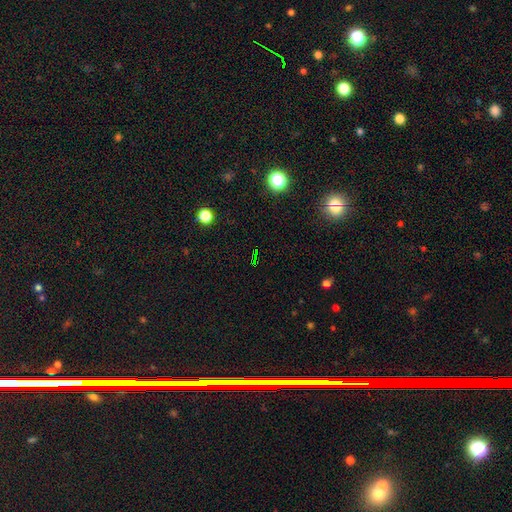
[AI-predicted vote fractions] A star or artifact, not a galaxy (74%).